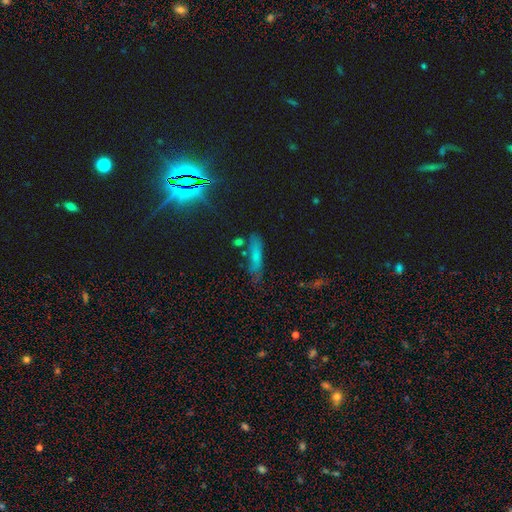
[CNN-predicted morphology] Smooth or featured? Predicted: smooth (p=0.61). How rounded? Predicted: cigar-shaped (p=0.72). Merging? Predicted: none (p=0.68).